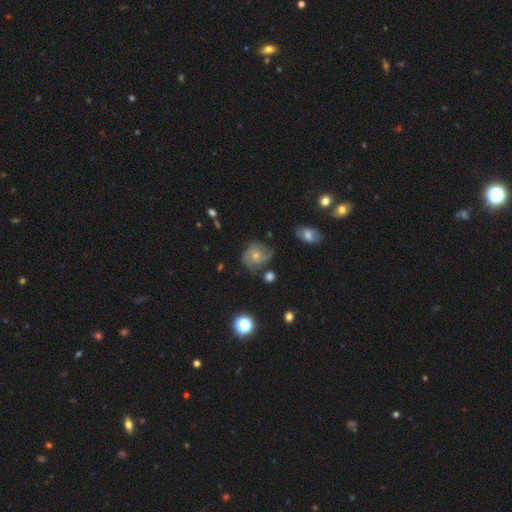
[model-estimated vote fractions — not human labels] featured or disk 70%, smooth 20%, star or artifact 9%. Down the decision tree: edge-on disk — no (98%); bar — no (76%); spiral arms — yes (92%); spiral arm count — 3 (31%, tied with 2); spiral winding — medium (42%); bulge size — small (56%); merging — none (59%).